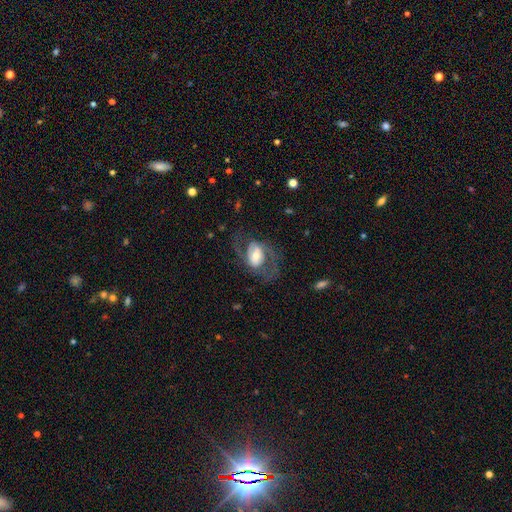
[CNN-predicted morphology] Q: Smooth or featured?
A: featured or disk (73%); runner-up: smooth (21%)
Q: Edge-on disk?
A: no (96%); runner-up: yes (4%)
Q: Bar?
A: weak (41%); runner-up: no (36%)
Q: Spiral arms?
A: yes (86%); runner-up: no (14%)
Q: Spiral winding?
A: medium (51%); runner-up: loose (34%)
Q: Spiral arm count?
A: 2 (86%); runner-up: can't tell (6%)
Q: Bulge size?
A: moderate (53%); runner-up: small (26%)
Q: Merging?
A: none (56%); runner-up: major disturbance (26%)